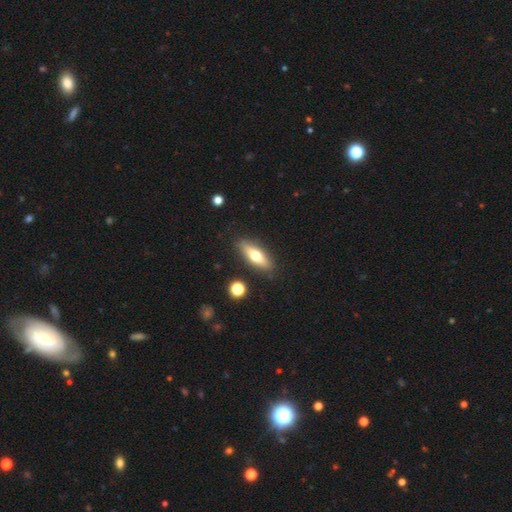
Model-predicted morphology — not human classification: This is possibly a smooth galaxy (55%). How rounded: possibly in between (51%). Merging: clearly none (86%).